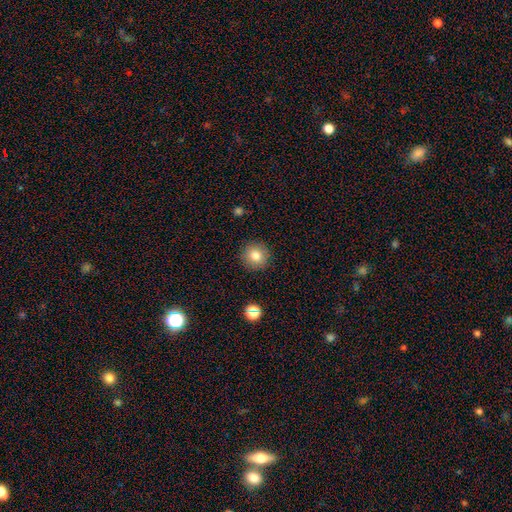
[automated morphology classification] This appears to be a smooth galaxy with no disk features (81%) that is round (94%). Merging: none (91%).